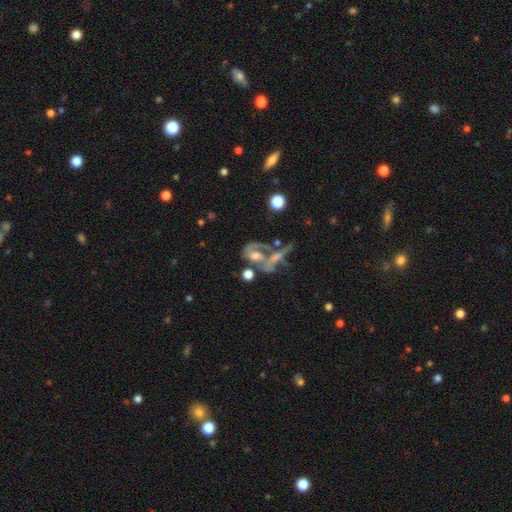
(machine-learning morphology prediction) A featured or disk galaxy (63%) with no bar (72%), spiral arms (52%) and a moderate central bulge (48%). Merging: merger (43%).